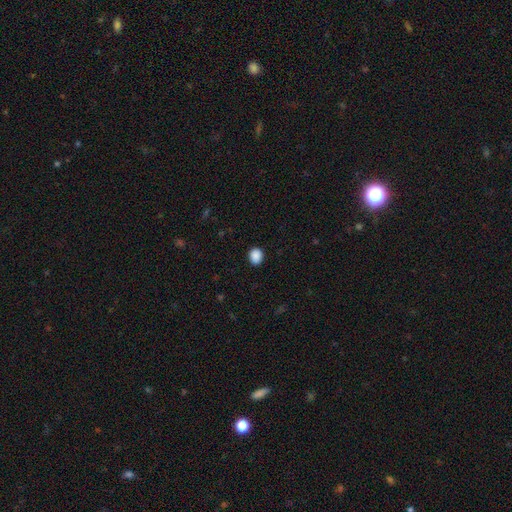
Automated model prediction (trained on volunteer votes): Q: Smooth or featured?
A: smooth (89%); runner-up: star or artifact (9%)
Q: How rounded?
A: round (61%); runner-up: in between (38%)
Q: Merging?
A: none (89%); runner-up: minor disturbance (7%)